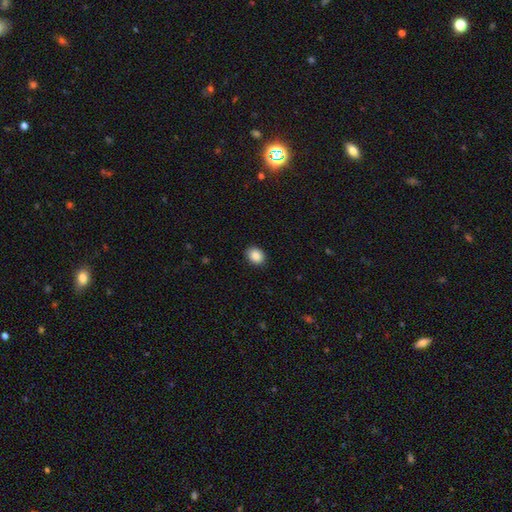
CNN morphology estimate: Q: Smooth or featured?
A: smooth (88%); runner-up: star or artifact (8%)
Q: How rounded?
A: in between (55%); runner-up: round (44%)
Q: Merging?
A: none (89%); runner-up: minor disturbance (8%)